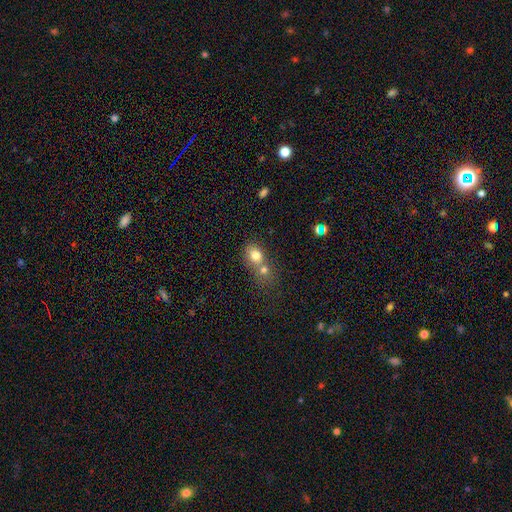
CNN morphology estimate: A smooth galaxy with no disk features (77%) that is in between round and cigar-shaped (52%). Merging: merger (56%).